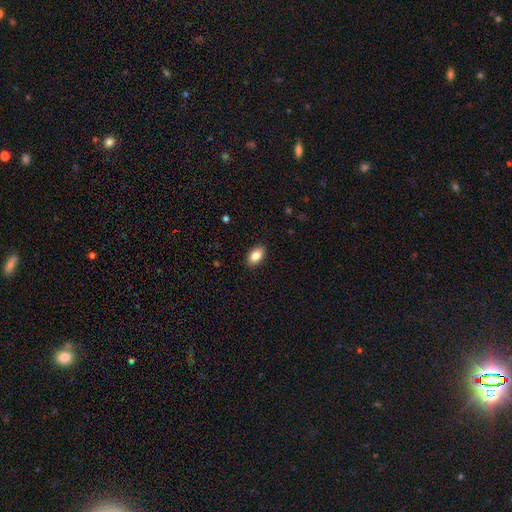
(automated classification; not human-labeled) Overall: smooth (85%). How rounded: in between (91%). Merging: none (89%).